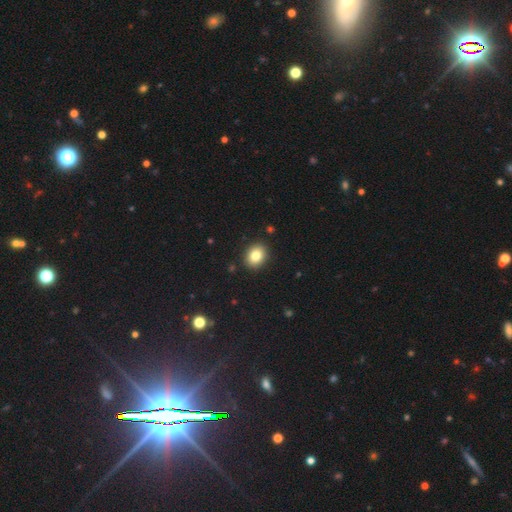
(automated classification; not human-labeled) A smooth galaxy with no disk features (83%) that is in between round and cigar-shaped (52%). Merging: none (90%).